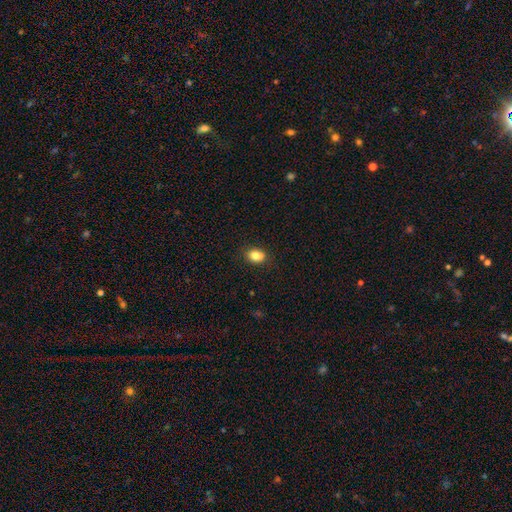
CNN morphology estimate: Smooth or featured? Predicted: smooth (p=0.83). How rounded? Predicted: in between (p=0.65). Merging? Predicted: none (p=0.83).